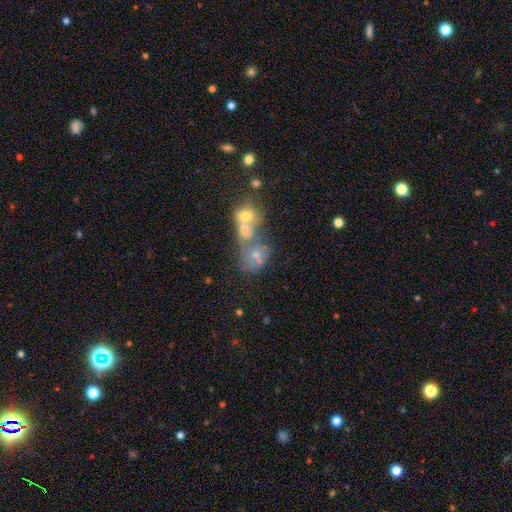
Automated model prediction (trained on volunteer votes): Smooth or featured? smooth (56%)
How rounded? round (52%)
Merging? merger (68%)